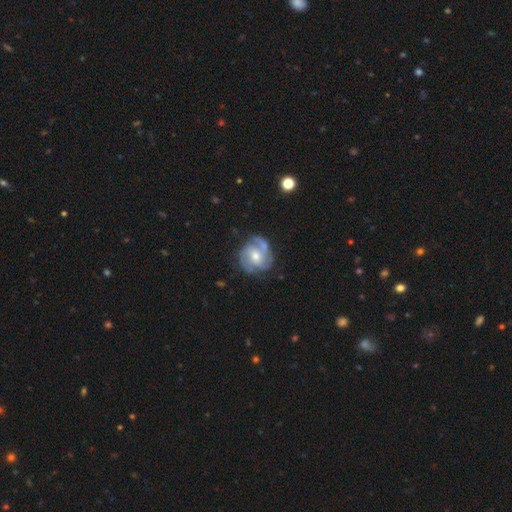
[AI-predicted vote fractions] This is clearly a featured or disk galaxy (80%). It is clearly not viewed edge-on (98%). Bar: possibly no (55%). Spiral arm pattern: clearly yes (94%). Spiral arm count: marginally 3 (37%). Spiral winding: marginally medium (44%). Central bulge: likely moderate (63%). Merging: likely none (69%).